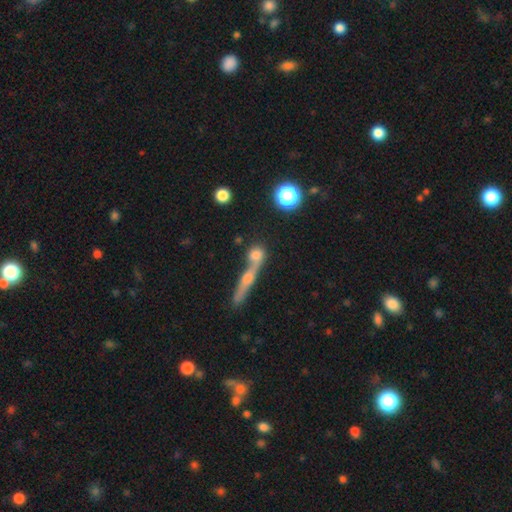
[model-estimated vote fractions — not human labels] This appears to be a featured or disk galaxy (48%). Merging: none (55%).